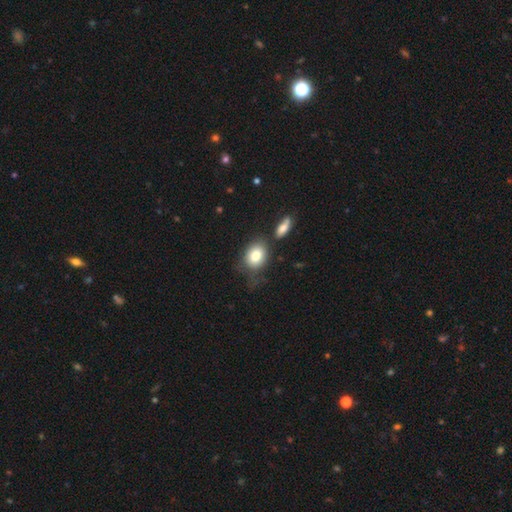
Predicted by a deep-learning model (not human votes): Morphology: type=smooth (81%); roundness=in between (63%); merging=none (55%).